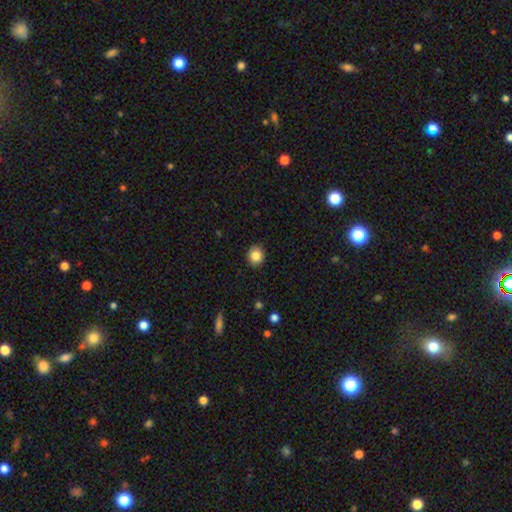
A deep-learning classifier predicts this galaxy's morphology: This is clearly a smooth galaxy (86%). How rounded: likely round (73%). Merging: clearly none (90%).